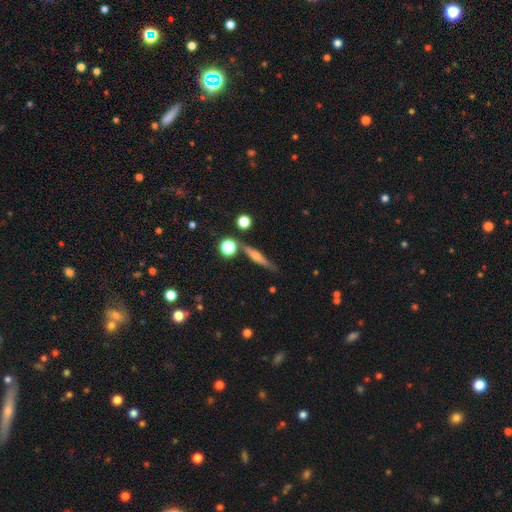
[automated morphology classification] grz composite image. It shows a featured or disk galaxy (65%) viewed edge-on (95%) with a rounded central bulge (88%). Merging: none (78%).